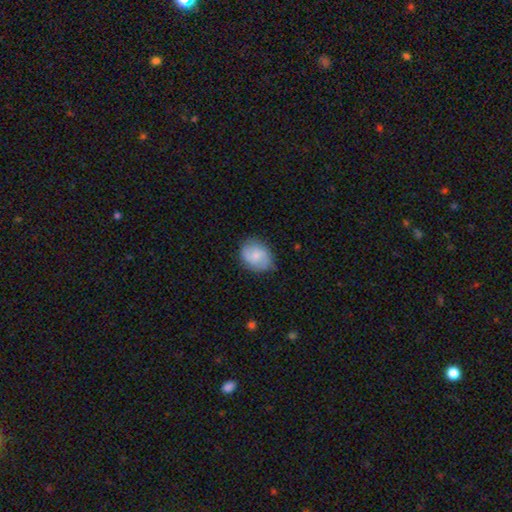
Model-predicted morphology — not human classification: smooth 50%, featured or disk 43%, star or artifact 7%. Down the decision tree: how rounded — round (54%); merging — none (78%).